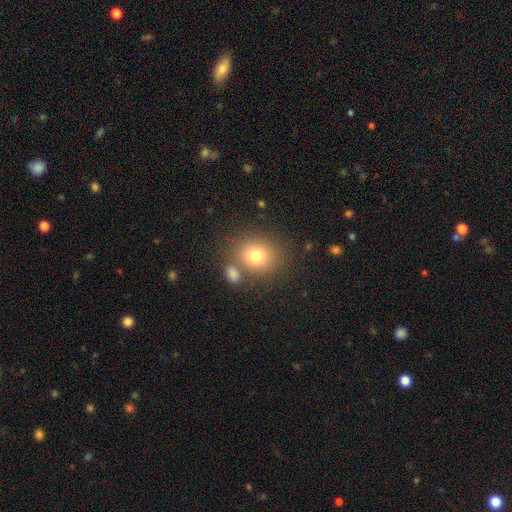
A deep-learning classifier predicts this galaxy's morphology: A smooth galaxy with no disk features (76%) that is round (72%).

Vote fractions:
- Smooth or featured? smooth: 76% / star or artifact: 12% / featured or disk: 12%
- How rounded? round: 72% / in between: 27% / cigar-shaped: 1%
- Merging? none: 69% / merger: 17% / minor disturbance: 10% / major disturbance: 4%